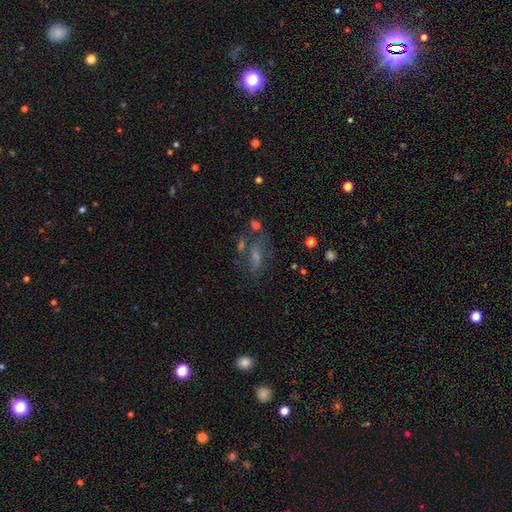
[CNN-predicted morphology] Smooth or featured? Predicted: smooth (p=0.40). Merging? Predicted: none (p=0.54).